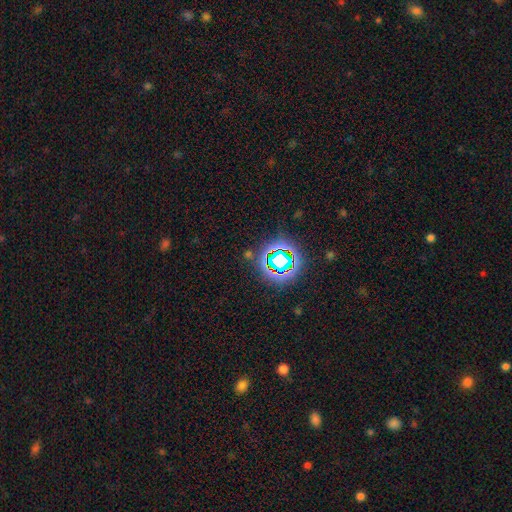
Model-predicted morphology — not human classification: smooth_or_featured: star or artifact (p=0.76) [alt: smooth p=0.16]